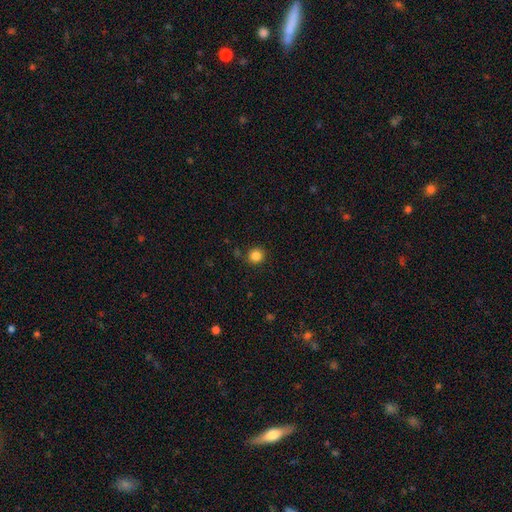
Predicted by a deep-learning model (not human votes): smooth 85%, star or artifact 12%, featured or disk 4%. Down the decision tree: how rounded — round (93%); merging — none (87%).